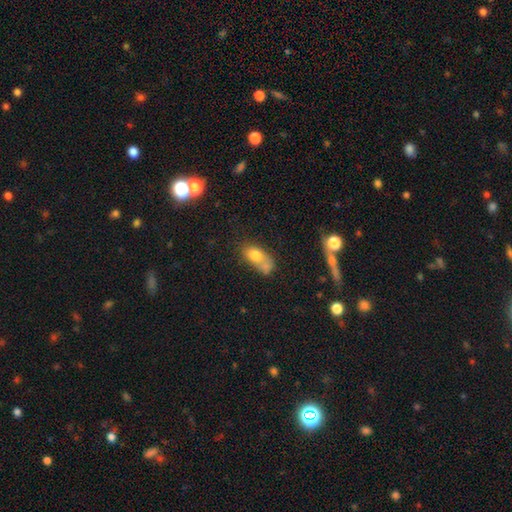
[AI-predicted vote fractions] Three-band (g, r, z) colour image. It shows a smooth galaxy with no disk features (72%) that is in between round and cigar-shaped (78%). Merging: merger (45%).